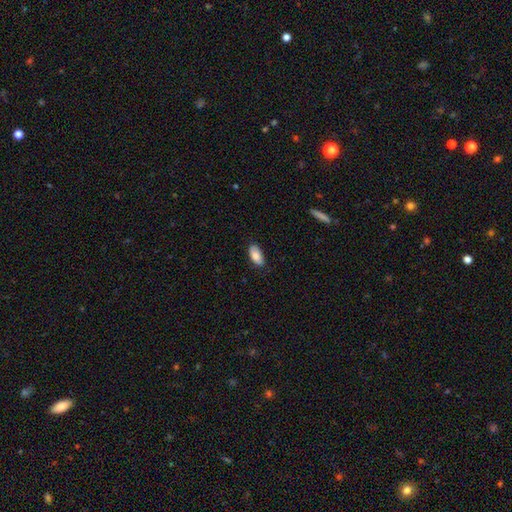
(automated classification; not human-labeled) This appears to be a smooth galaxy with no disk features (84%) that is in between round and cigar-shaped (93%). Merging: none (76%).